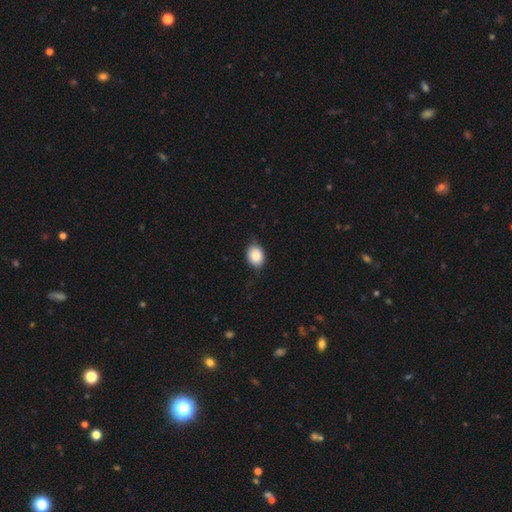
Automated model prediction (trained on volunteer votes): A smooth galaxy with no disk features (87%) that is in between round and cigar-shaped (59%).

Vote fractions:
- Smooth or featured? smooth: 87% / star or artifact: 7% / featured or disk: 6%
- How rounded? in between: 59% / round: 39% / cigar-shaped: 1%
- Merging? none: 73% / minor disturbance: 21% / major disturbance: 5% / merger: 1%